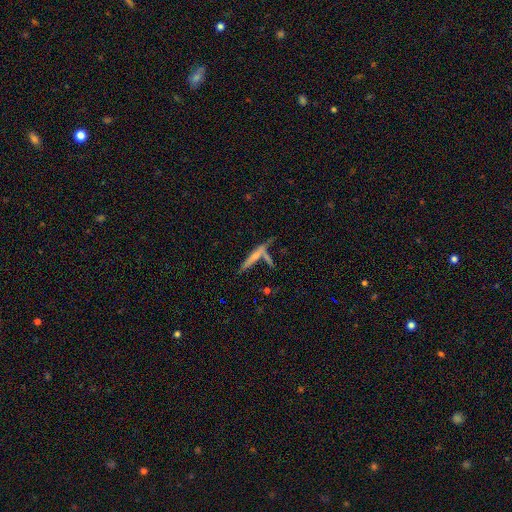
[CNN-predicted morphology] A smooth galaxy with no disk features (50%) that is cigar-shaped (90%).

Vote fractions:
- Smooth or featured? smooth: 50% / featured or disk: 41% / star or artifact: 9%
- How rounded? cigar-shaped: 90% / in between: 8% / round: 2%
- Merging? none: 55% / merger: 25% / minor disturbance: 14% / major disturbance: 6%